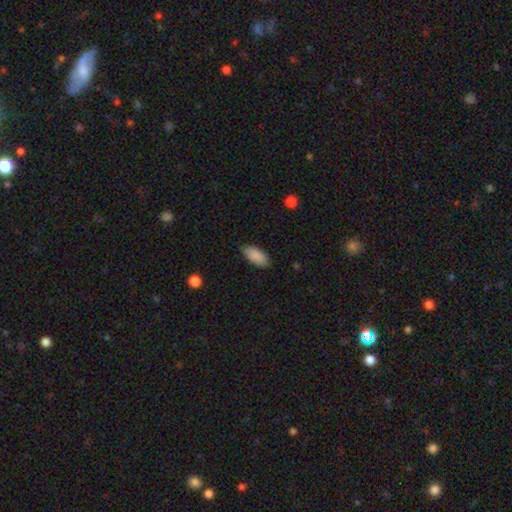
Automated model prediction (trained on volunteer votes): The model was most divided on "merging": none: 84%, minor disturbance: 12%, major disturbance: 2%, merger: 1%. More confident: how rounded — in between (89%); smooth or featured — smooth (89%).